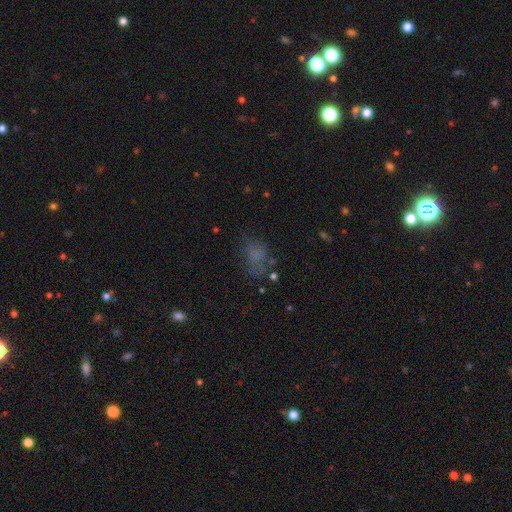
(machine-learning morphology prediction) smooth 61%, star or artifact 20%, featured or disk 19%. Down the decision tree: how rounded — in between (74%); merging — none (46%).